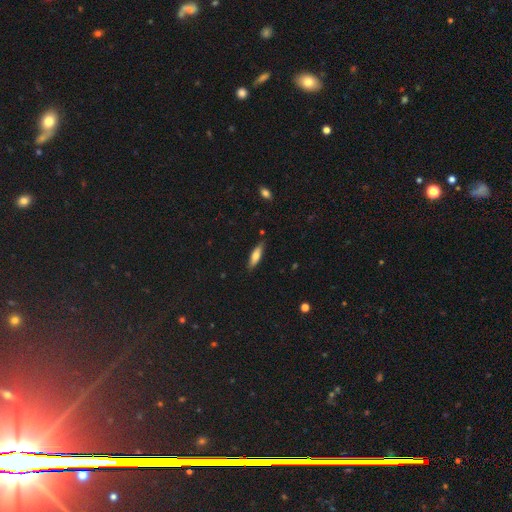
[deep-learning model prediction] smooth 68%, featured or disk 25%, star or artifact 6%. Down the decision tree: how rounded — cigar-shaped (60%); merging — none (84%).